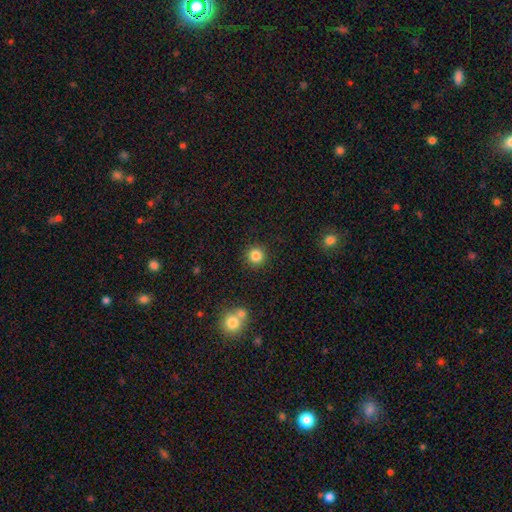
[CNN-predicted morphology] Q: Smooth or featured?
A: smooth (85%); runner-up: star or artifact (11%)
Q: How rounded?
A: round (94%); runner-up: in between (5%)
Q: Merging?
A: none (89%); runner-up: minor disturbance (6%)